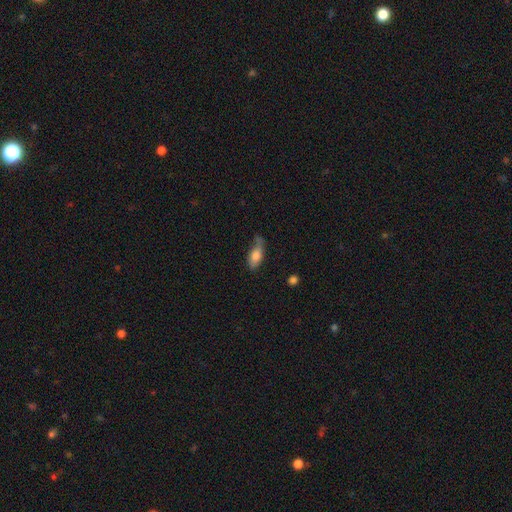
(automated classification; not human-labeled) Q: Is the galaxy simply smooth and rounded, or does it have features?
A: smooth — 73%.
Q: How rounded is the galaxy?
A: in between — 82%.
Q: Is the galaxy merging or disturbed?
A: none — 47%.